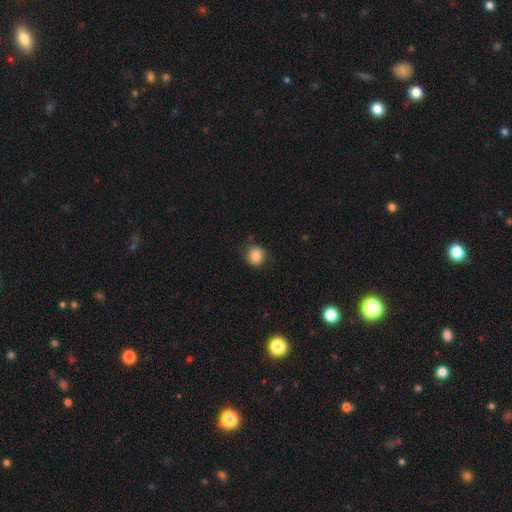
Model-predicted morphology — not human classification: This is clearly a smooth galaxy (84%). How rounded: clearly round (86%). Merging: likely none (77%).